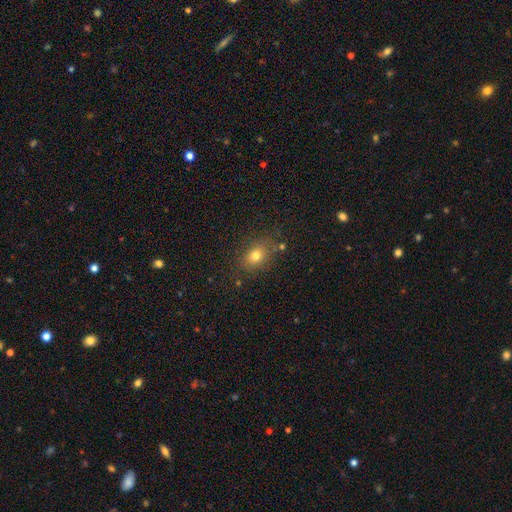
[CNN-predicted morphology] smooth_or_featured: smooth (p=0.76) [alt: star or artifact p=0.14]
how_rounded: in between (p=0.66) [alt: round p=0.32]
merging: none (p=0.77) [alt: minor disturbance p=0.14]